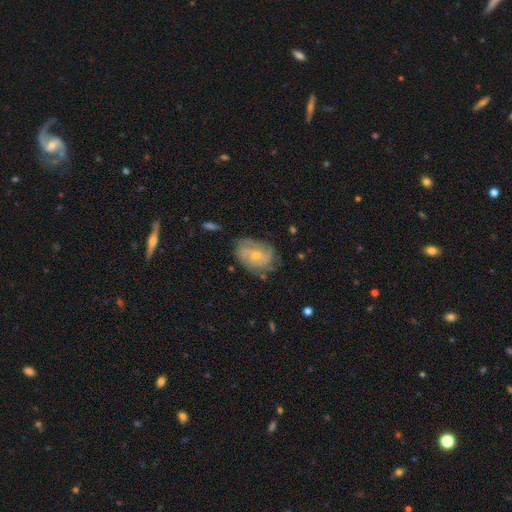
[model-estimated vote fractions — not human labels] smooth_or_featured: featured or disk (p=0.76) [alt: smooth p=0.18]
disk_edge_on: no (p=0.97) [alt: yes p=0.03]
bar: no (p=0.66) [alt: weak p=0.29]
has_spiral_arms: yes (p=0.90) [alt: no p=0.10]
spiral_winding: tight (p=0.53) [alt: medium p=0.36]
spiral_arm_count: can't tell (p=0.34) [alt: 2 p=0.27]
bulge_size: small (p=0.62) [alt: moderate p=0.34]
merging: none (p=0.66) [alt: minor disturbance p=0.23]